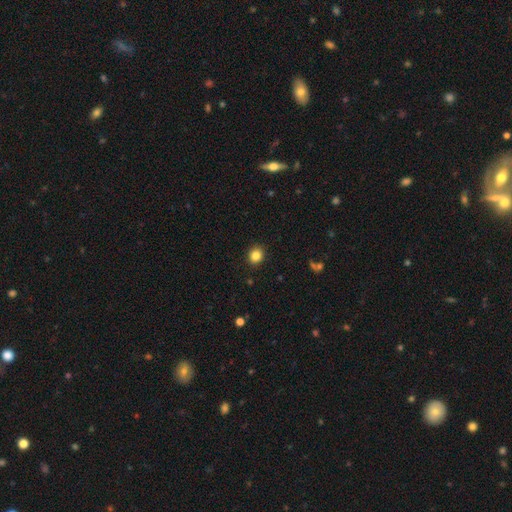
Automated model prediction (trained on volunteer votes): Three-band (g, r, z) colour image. It shows a smooth galaxy with no disk features (84%) that is round (74%). Merging: none (91%).